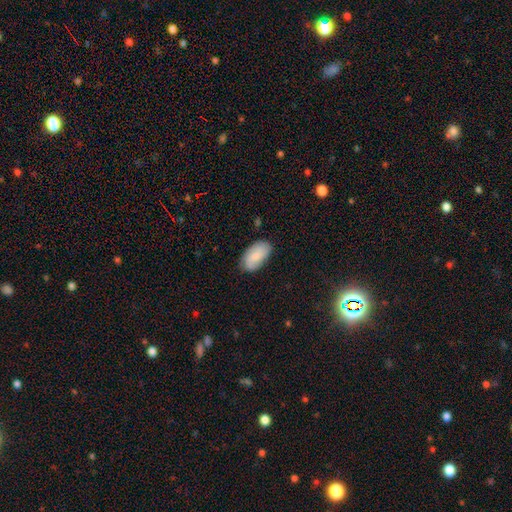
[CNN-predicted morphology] A smooth galaxy with no disk features (76%) that is in between round and cigar-shaped (95%).

Vote fractions:
- Smooth or featured? smooth: 76% / featured or disk: 18% / star or artifact: 6%
- How rounded? in between: 95% / round: 3% / cigar-shaped: 3%
- Merging? none: 79% / minor disturbance: 16% / major disturbance: 3% / merger: 1%